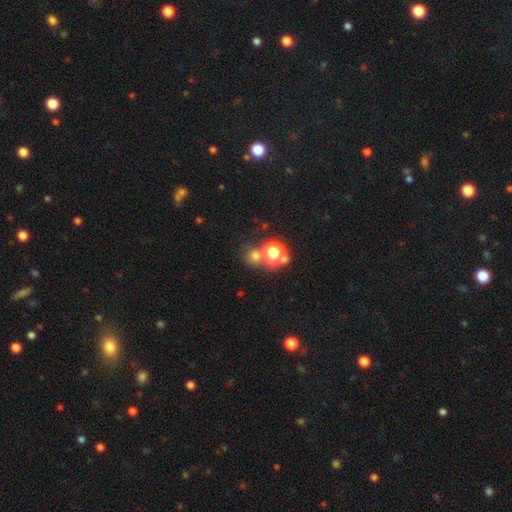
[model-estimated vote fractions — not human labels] Smooth or featured?
  - smooth: 64% *
  - star or artifact: 28%
  - featured or disk: 8%
How rounded?
  - round: 87% *
  - in between: 12%
  - cigar-shaped: 1%
Merging?
  - none: 64% *
  - merger: 23%
  - minor disturbance: 9%
  - major disturbance: 5%